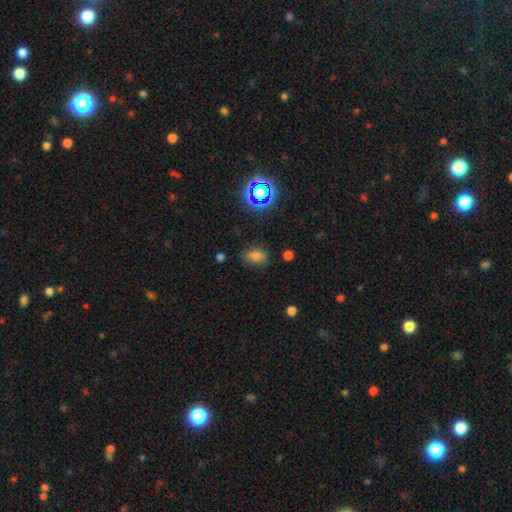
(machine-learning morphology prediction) This is likely a smooth galaxy (73%). How rounded: clearly in between (85%). Merging: clearly none (81%).